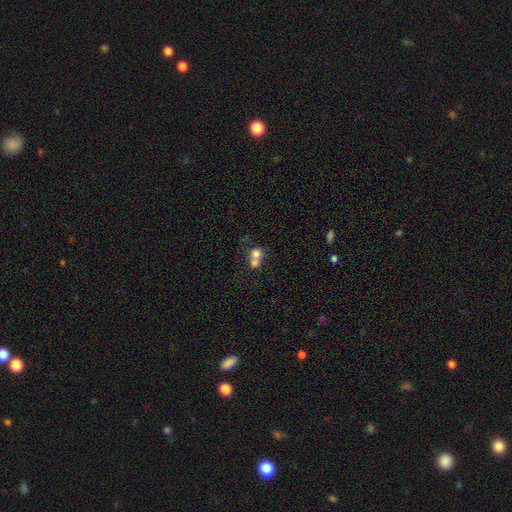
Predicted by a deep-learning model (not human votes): smooth_or_featured: smooth (p=0.71) [alt: featured or disk p=0.18]
how_rounded: round (p=0.72) [alt: in between p=0.27]
merging: merger (p=0.67) [alt: none p=0.23]